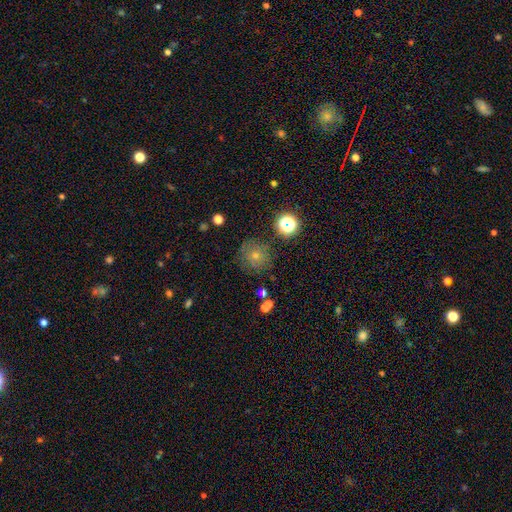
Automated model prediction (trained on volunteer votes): Q: Smooth or featured?
A: smooth (48%); runner-up: star or artifact (33%)
Q: Merging?
A: none (84%); runner-up: minor disturbance (10%)